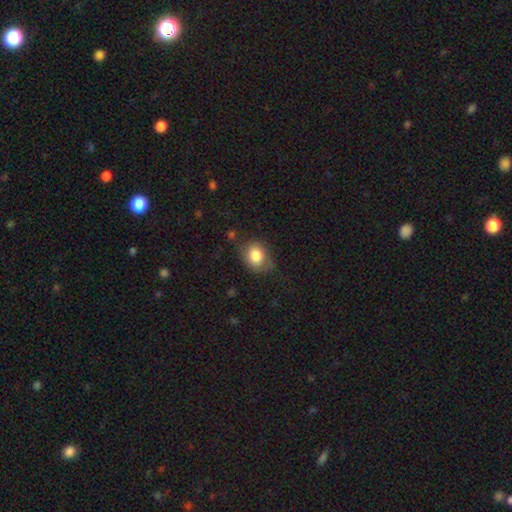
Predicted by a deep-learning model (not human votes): Smooth or featured? Predicted: smooth (p=0.82). How rounded? Predicted: in between (p=0.53). Merging? Predicted: none (p=0.65).